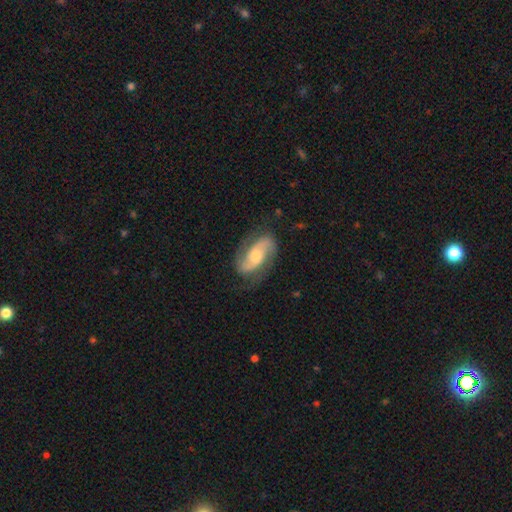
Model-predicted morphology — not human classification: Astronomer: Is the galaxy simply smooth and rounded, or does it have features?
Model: featured or disk — 81%.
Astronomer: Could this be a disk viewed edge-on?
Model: no — 96%.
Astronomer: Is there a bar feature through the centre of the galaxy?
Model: no — 51% (runner-up: weak, 34%).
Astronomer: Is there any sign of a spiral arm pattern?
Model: yes — 95%.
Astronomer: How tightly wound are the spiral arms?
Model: medium — 47% (runner-up: loose, 29%).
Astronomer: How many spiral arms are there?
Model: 2 — 90%.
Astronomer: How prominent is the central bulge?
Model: moderate — 60%.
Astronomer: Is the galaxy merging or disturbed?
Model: none — 74%.